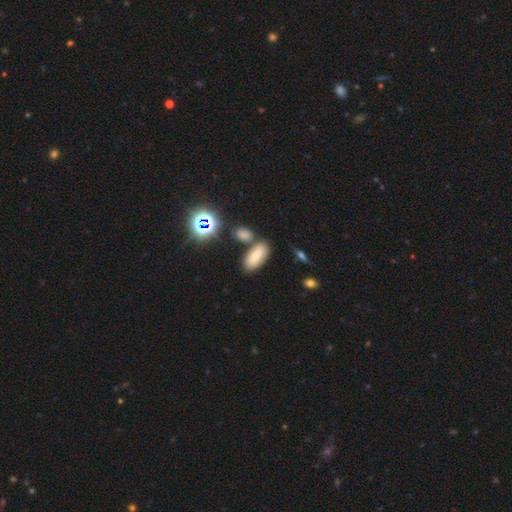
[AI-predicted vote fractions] Overall: smooth (68%). How rounded: in between (87%). Merging: none (66%).